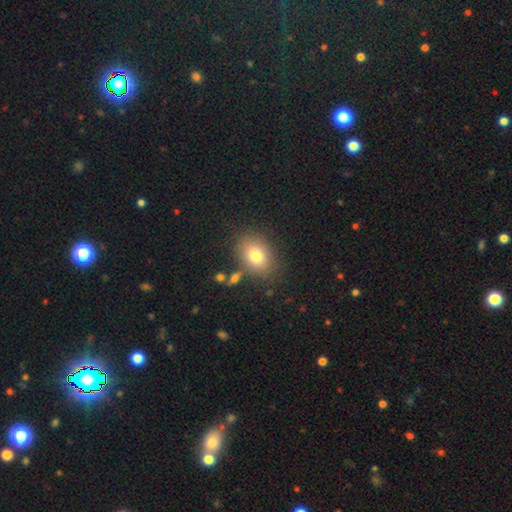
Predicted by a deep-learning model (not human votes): This is likely a smooth galaxy (78%). How rounded: likely in between (70%). Merging: likely none (77%).